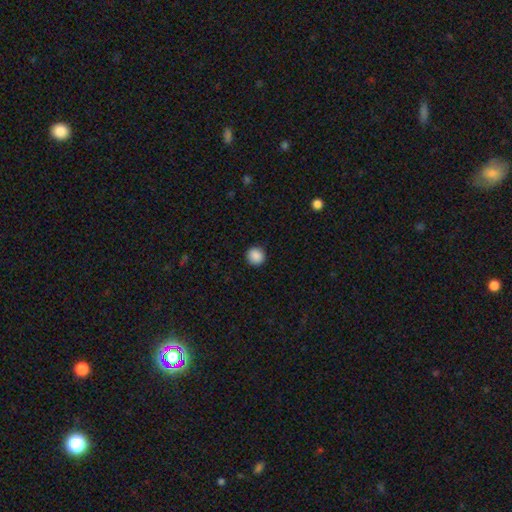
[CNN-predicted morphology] This appears to be a smooth galaxy with no disk features (89%) that is round (92%). Merging: none (92%).